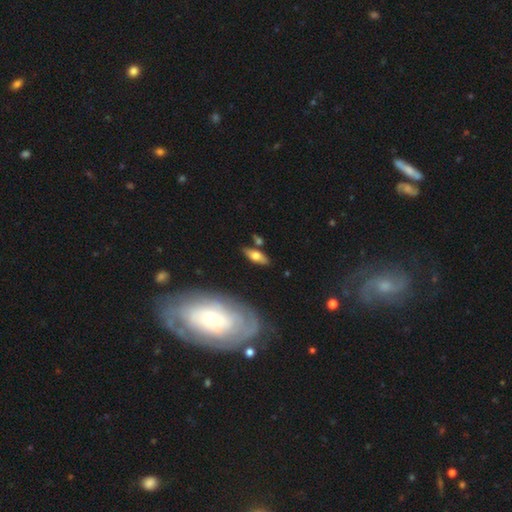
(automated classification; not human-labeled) smooth-or-featured: smooth: 57% | featured or disk: 35% | star or artifact: 8%
  how-rounded: in between: 72% | cigar-shaped: 24% | round: 4%
  merging: none: 78% | minor disturbance: 13% | merger: 6% | major disturbance: 3%